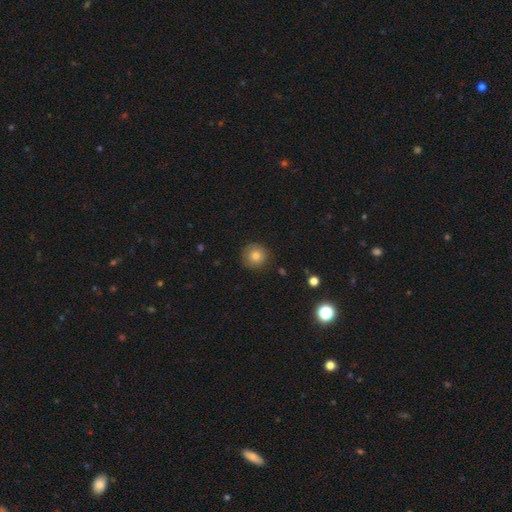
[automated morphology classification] A smooth galaxy with no disk features (82%) that is round (94%). Merging: none (87%).